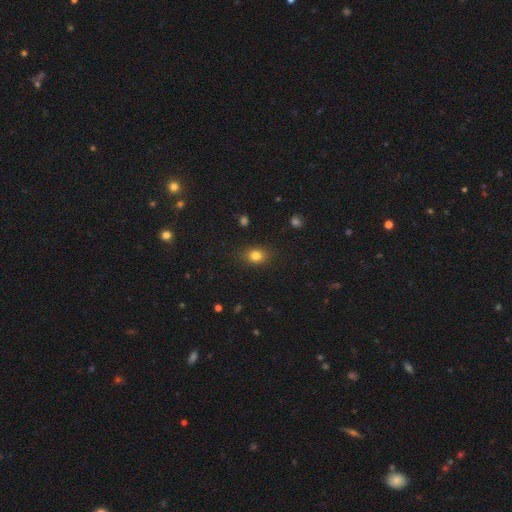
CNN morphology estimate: Q: Smooth or featured?
A: smooth (80%); runner-up: star or artifact (12%)
Q: How rounded?
A: in between (60%); runner-up: round (39%)
Q: Merging?
A: none (85%); runner-up: minor disturbance (10%)